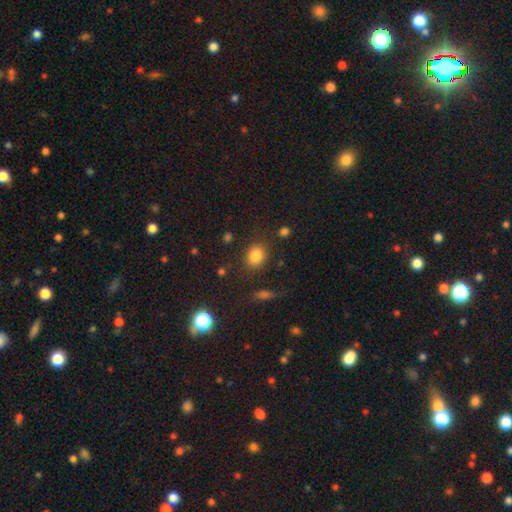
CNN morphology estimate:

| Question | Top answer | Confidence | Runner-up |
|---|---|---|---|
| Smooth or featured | smooth | 83% | star or artifact (11%) |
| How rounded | in between | 50% | round (48%) |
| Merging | none | 82% | minor disturbance (11%) |